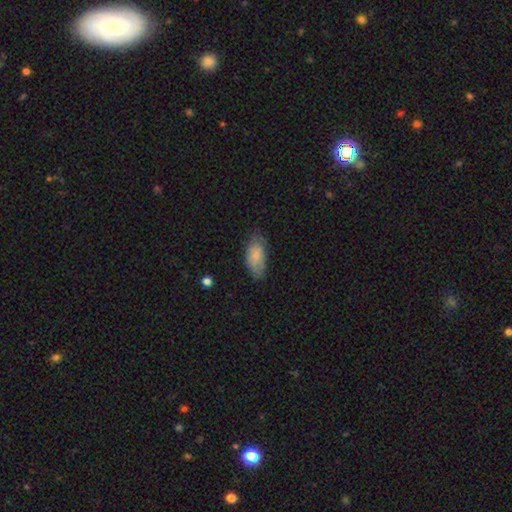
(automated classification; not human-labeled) smooth 79%, featured or disk 14%, star or artifact 6%. Down the decision tree: how rounded — in between (91%); merging — none (65%).